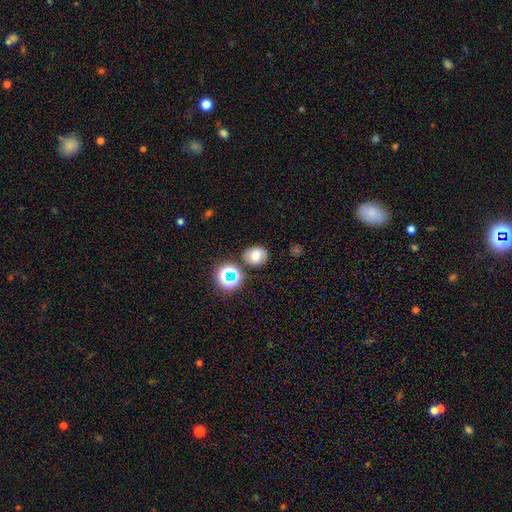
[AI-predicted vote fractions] Smooth or featured: smooth — 60% (featured or disk — 21%)
How rounded: round — 56% (in between — 43%)
Merging: none — 74% (minor disturbance — 14%)